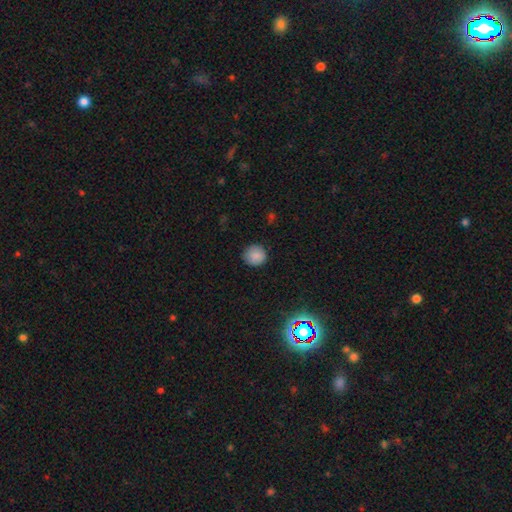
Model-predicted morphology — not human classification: This is clearly a smooth galaxy (85%). How rounded: clearly round (92%). Merging: clearly none (86%).